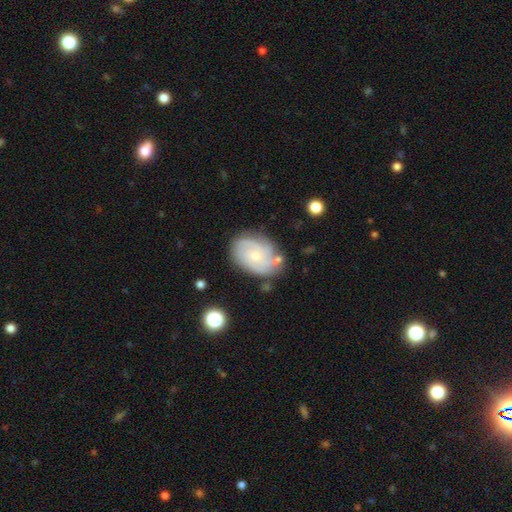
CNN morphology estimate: type=featured or disk (73%); edge-on=no (97%); bar=no (76%); spiral arms=yes (92%); winding=tight (54%); arm count=can't tell (31%); bulge=small (68%); merging=none (69%).